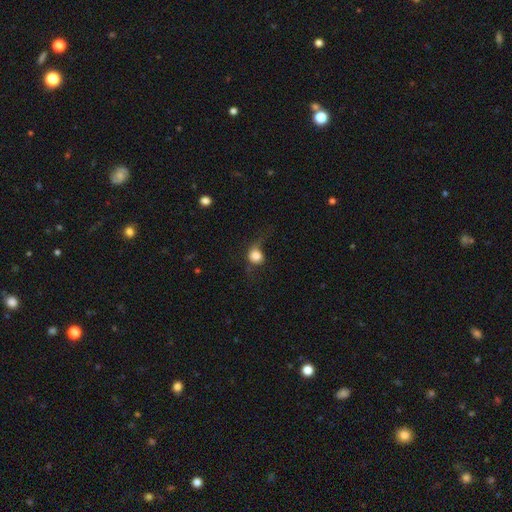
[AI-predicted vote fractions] The model was most divided on "merging": none: 42%, major disturbance: 29%, minor disturbance: 26%, merger: 3%. More confident: how rounded — round (80%); smooth or featured — smooth (75%).